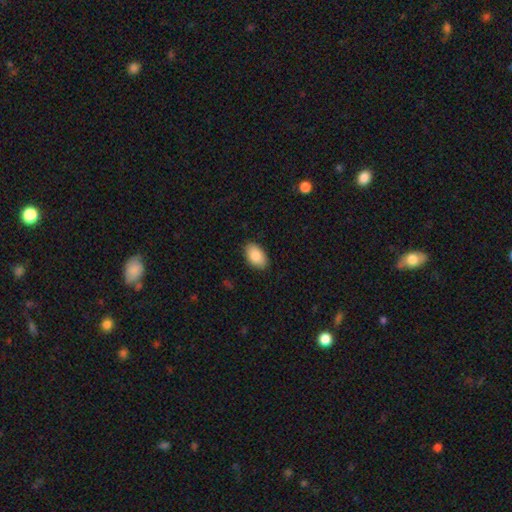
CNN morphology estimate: A smooth galaxy with no disk features (88%) that is in between round and cigar-shaped (93%). Merging: none (87%).